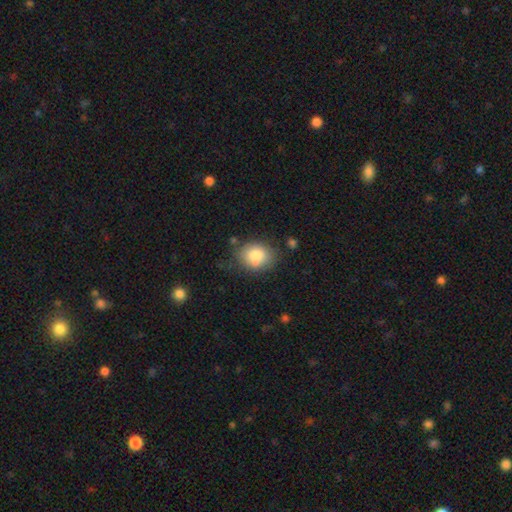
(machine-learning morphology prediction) This is clearly a smooth galaxy (82%). How rounded: possibly round (52%). Merging: likely none (63%).